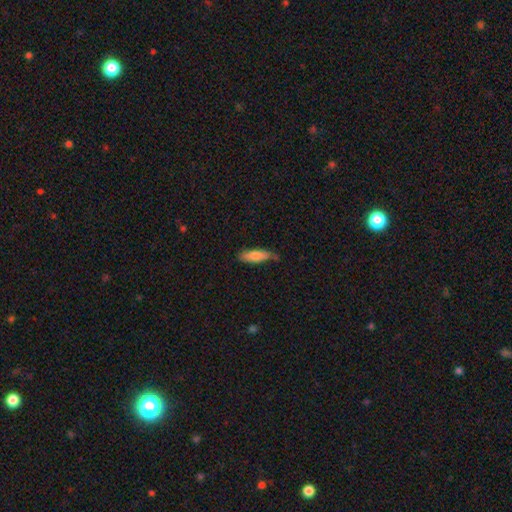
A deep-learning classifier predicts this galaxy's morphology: type=smooth (81%); roundness=cigar-shaped (52%); merging=none (68%).